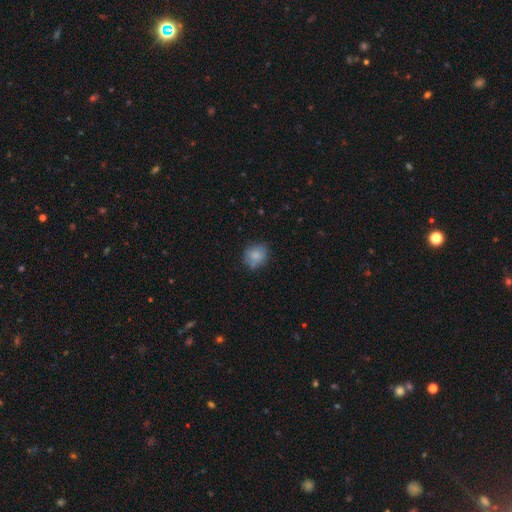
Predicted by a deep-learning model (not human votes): A smooth galaxy with no disk features (81%) that is round (76%). Merging: none (73%).